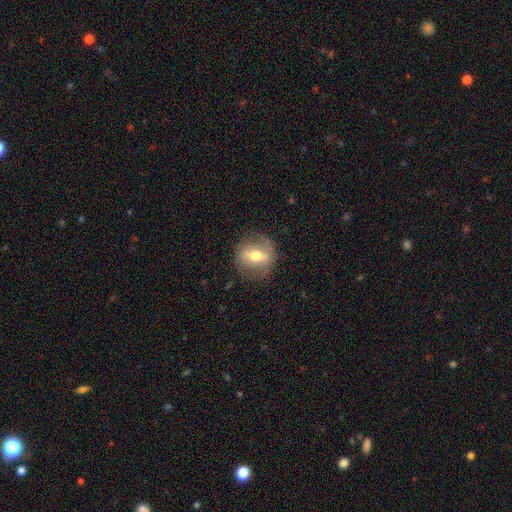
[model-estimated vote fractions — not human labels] Smooth or featured? Predicted: featured or disk (p=0.56). Edge-on disk? Predicted: no (p=0.76). Merging? Predicted: none (p=0.81).